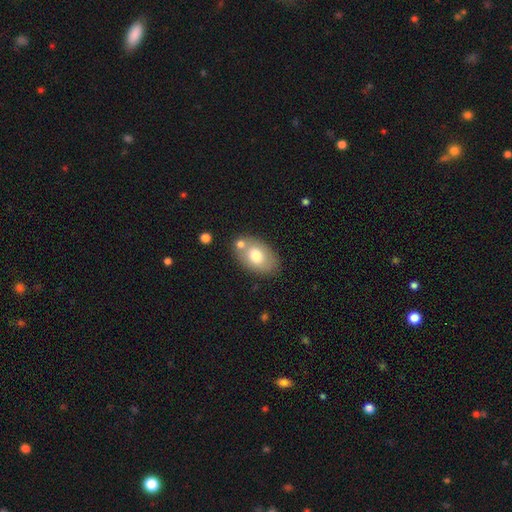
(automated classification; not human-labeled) Overall: smooth (69%). How rounded: in between (87%). Merging: none (67%).